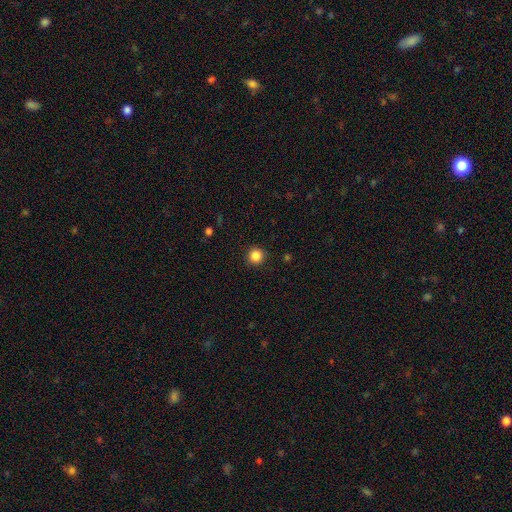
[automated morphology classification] Smooth or featured? smooth (86%)
How rounded? round (95%)
Merging? none (92%)